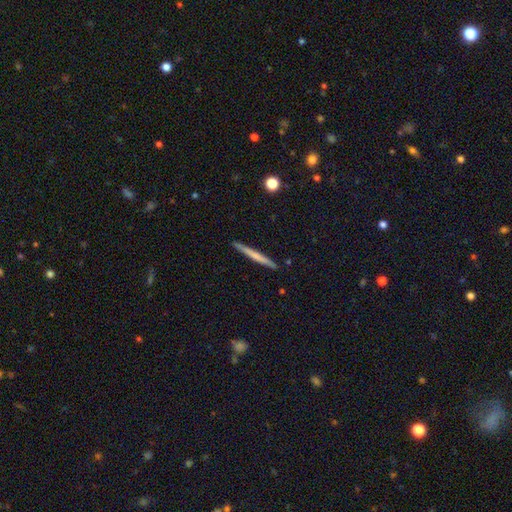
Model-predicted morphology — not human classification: The model was most divided on "smooth or featured": smooth: 50%, featured or disk: 44%, star or artifact: 6%. More confident: how rounded — cigar-shaped (97%); merging — none (91%).